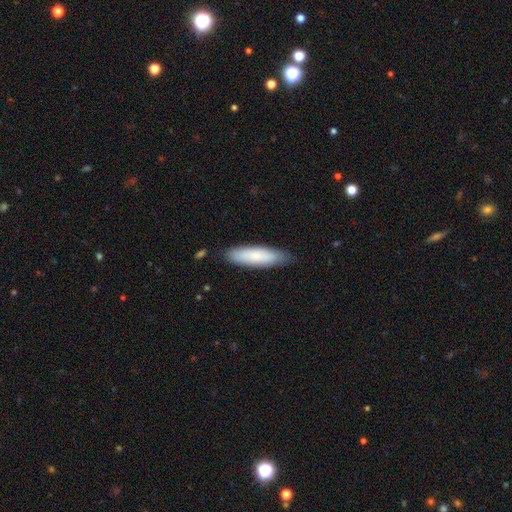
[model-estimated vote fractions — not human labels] The model was most divided on "how rounded": cigar-shaped: 61%, in between: 37%, round: 1%. More confident: smooth or featured — smooth (81%); merging — none (80%).